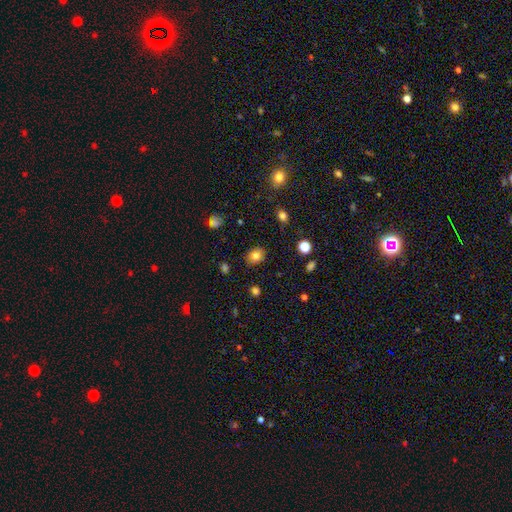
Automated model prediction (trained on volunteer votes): This appears to be a smooth galaxy with no disk features (80%) that is round (56%). Merging: none (85%).